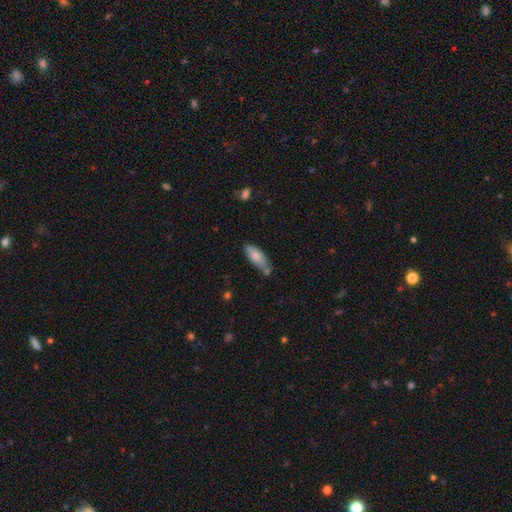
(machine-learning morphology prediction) The model was most divided on "merging": none: 55%, minor disturbance: 24%, merger: 16%, major disturbance: 5%. More confident: smooth or featured — smooth (81%); how rounded — in between (69%).